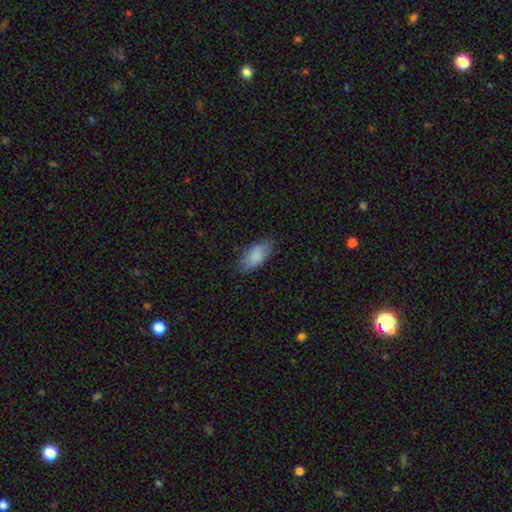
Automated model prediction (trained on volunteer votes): smooth_or_featured: smooth (p=0.86) [alt: featured or disk p=0.07]
how_rounded: in between (p=0.91) [alt: cigar-shaped p=0.07]
merging: none (p=0.78) [alt: minor disturbance p=0.17]